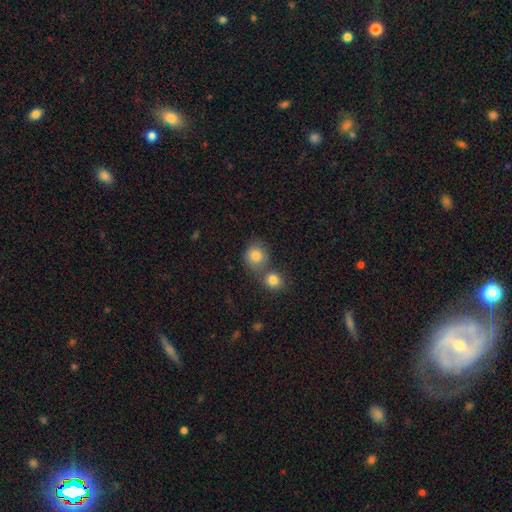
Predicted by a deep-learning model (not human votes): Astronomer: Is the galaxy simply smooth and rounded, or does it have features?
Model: smooth — 84%.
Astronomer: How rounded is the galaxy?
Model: round — 81%.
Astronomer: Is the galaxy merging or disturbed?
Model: none — 49% (runner-up: merger, 37%).